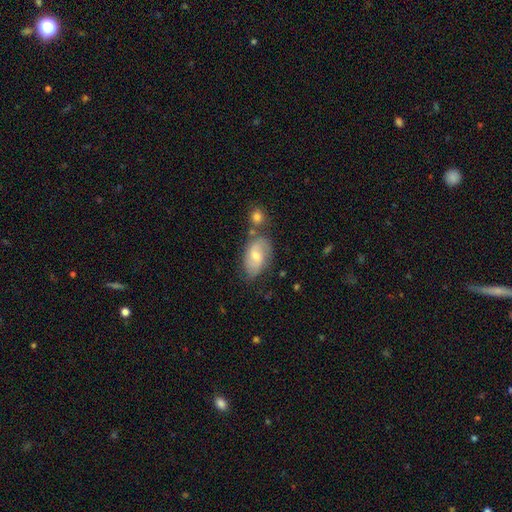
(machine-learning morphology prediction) Smooth or featured? featured or disk (49%)
Merging? none (59%)